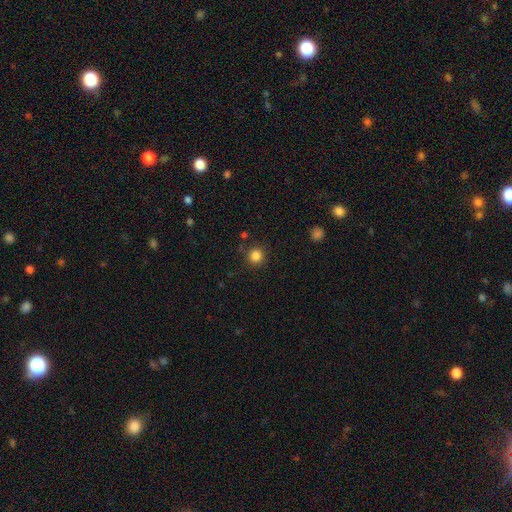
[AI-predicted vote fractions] Smooth or featured? smooth (84%)
How rounded? round (94%)
Merging? none (88%)